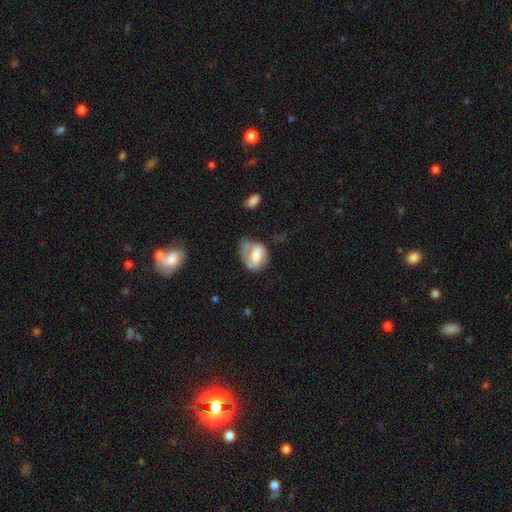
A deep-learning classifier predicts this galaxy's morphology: Smooth or featured? Predicted: smooth (p=0.48). Merging? Predicted: none (p=0.36).